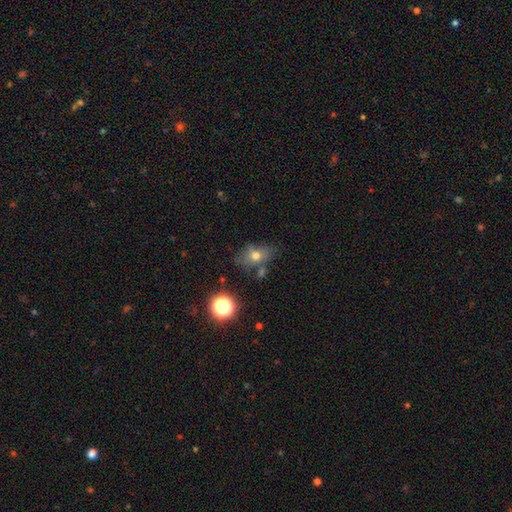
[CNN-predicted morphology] This appears to be a smooth galaxy with no disk features (65%) that is in between round and cigar-shaped (68%). Merging: none (56%).